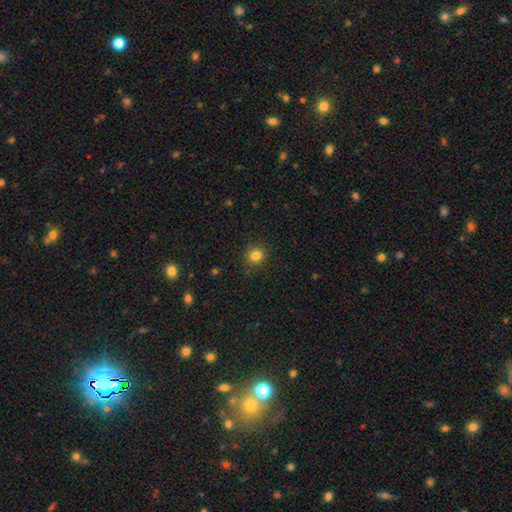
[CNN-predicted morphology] Overall: smooth (82%). How rounded: round (81%). Merging: none (89%).